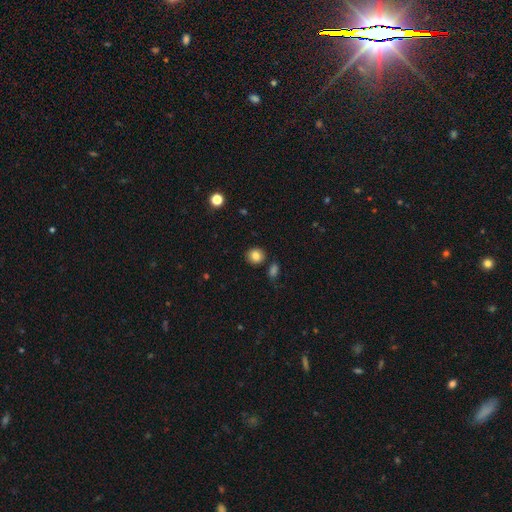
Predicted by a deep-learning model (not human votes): Smooth or featured? Predicted: smooth (p=0.84). How rounded? Predicted: round (p=0.83). Merging? Predicted: none (p=0.84).